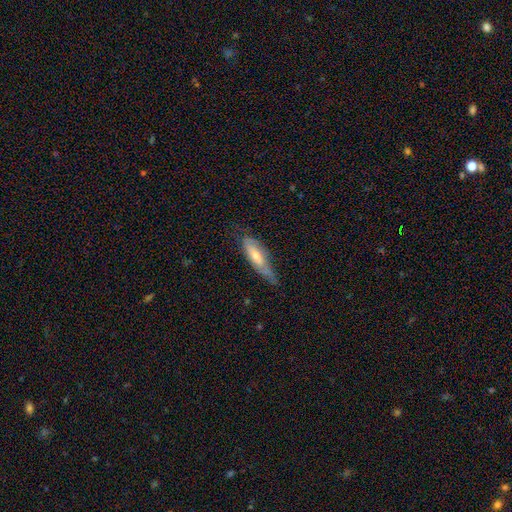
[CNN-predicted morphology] A featured or disk galaxy (48%).

Vote fractions:
- Smooth or featured? featured or disk: 48% / smooth: 45% / star or artifact: 7%
- Merging? none: 49% / minor disturbance: 36% / major disturbance: 13% / merger: 2%